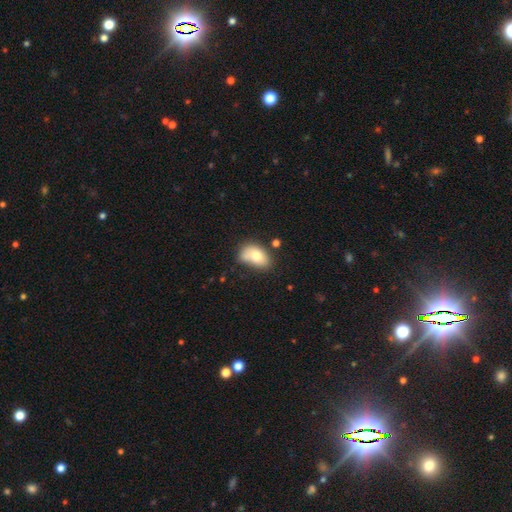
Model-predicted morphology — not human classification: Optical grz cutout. It shows a smooth galaxy with no disk features (75%) that is in between round and cigar-shaped (87%). Merging: none (46%).